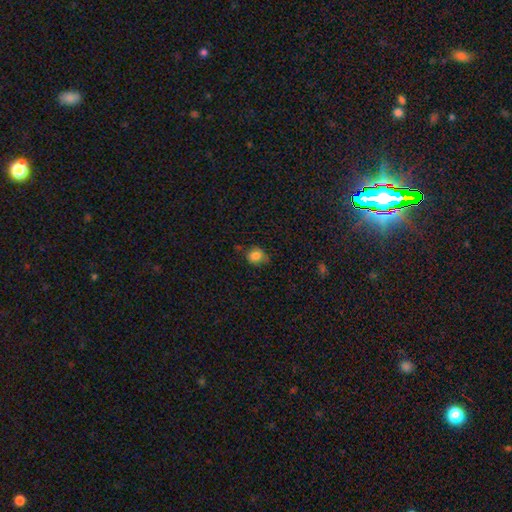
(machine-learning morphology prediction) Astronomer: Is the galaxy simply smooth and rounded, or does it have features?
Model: smooth — 83%.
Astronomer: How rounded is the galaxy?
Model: round — 70%.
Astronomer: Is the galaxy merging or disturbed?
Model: none — 66%.